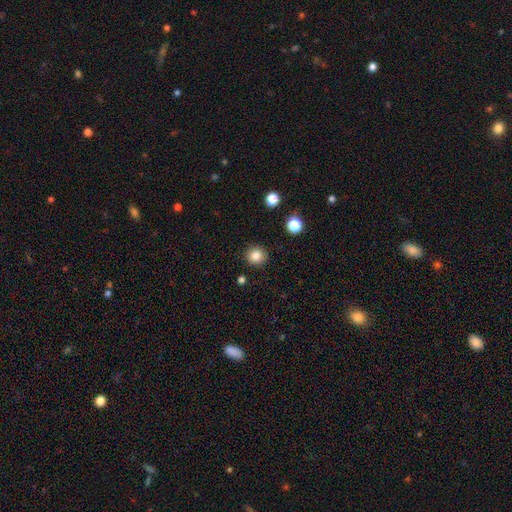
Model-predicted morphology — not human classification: Smooth or featured?
  - smooth: 83% *
  - star or artifact: 11%
  - featured or disk: 6%
How rounded?
  - round: 90% *
  - in between: 9%
  - cigar-shaped: 1%
Merging?
  - none: 89% *
  - minor disturbance: 7%
  - major disturbance: 2%
  - merger: 2%